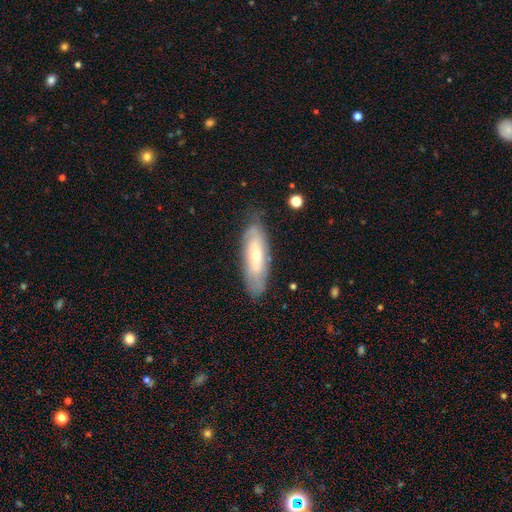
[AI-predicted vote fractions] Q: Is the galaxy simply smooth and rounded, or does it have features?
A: featured or disk — 51%.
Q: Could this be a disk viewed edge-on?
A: no — 72%.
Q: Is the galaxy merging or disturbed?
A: none — 75%.